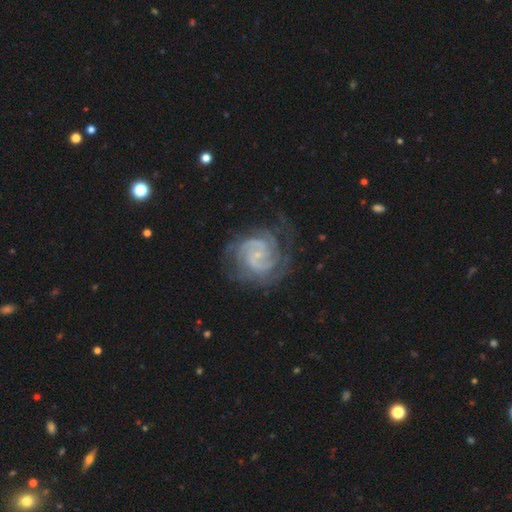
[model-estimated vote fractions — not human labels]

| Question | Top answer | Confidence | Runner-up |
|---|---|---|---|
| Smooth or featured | featured or disk | 88% | smooth (6%) |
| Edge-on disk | no | 98% | yes (2%) |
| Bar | no | 54% | weak (37%) |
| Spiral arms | yes | 98% | no (2%) |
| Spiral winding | tight | 59% | medium (35%) |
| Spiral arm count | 2 | 53% | can't tell (16%) |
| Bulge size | small | 79% | none (10%) |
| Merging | none | 71% | minor disturbance (17%) |